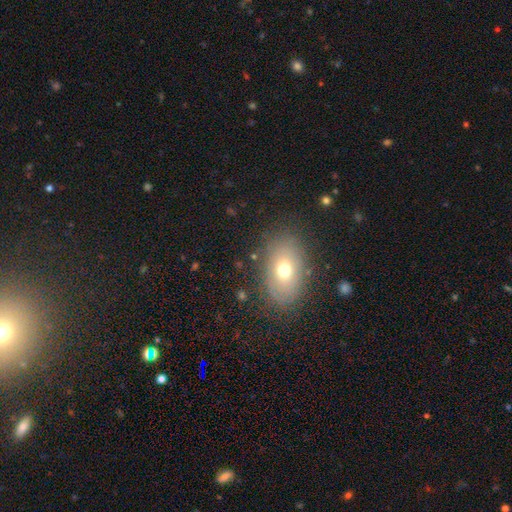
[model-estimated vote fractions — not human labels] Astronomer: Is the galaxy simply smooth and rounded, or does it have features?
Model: smooth — 63%.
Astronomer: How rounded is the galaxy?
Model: in between — 83%.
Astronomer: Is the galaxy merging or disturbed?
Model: none — 86%.